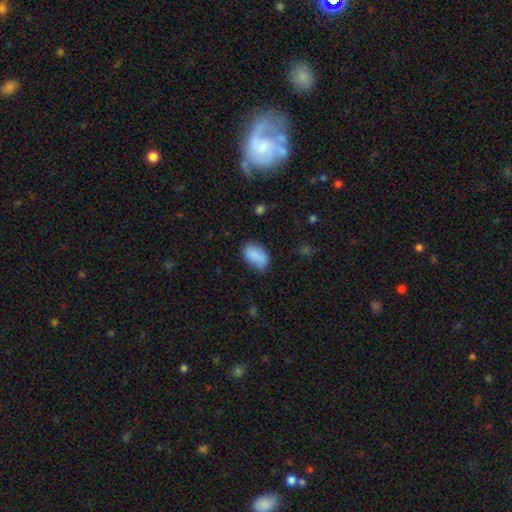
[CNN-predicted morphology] Smooth or featured?
  - smooth: 86% *
  - star or artifact: 7%
  - featured or disk: 7%
How rounded?
  - in between: 90% *
  - round: 8%
  - cigar-shaped: 1%
Merging?
  - none: 61% *
  - minor disturbance: 29%
  - major disturbance: 7%
  - merger: 3%